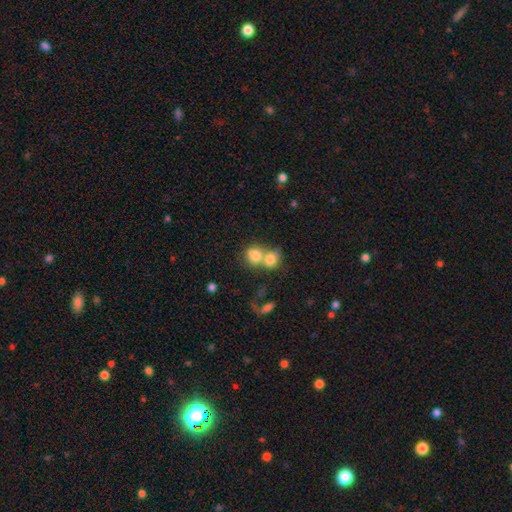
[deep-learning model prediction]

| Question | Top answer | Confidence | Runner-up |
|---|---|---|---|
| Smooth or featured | smooth | 76% | featured or disk (15%) |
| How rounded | round | 59% | in between (40%) |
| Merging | merger | 67% | none (21%) |